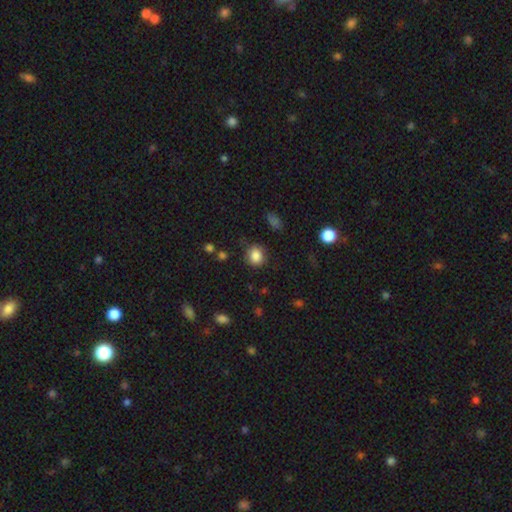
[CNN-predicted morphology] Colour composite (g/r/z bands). It shows a smooth galaxy with no disk features (85%) that is round (79%). Merging: none (80%).